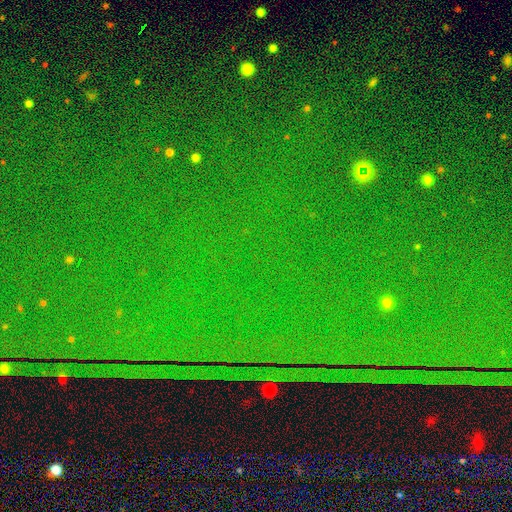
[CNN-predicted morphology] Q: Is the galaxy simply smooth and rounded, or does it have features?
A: star or artifact — 87%.